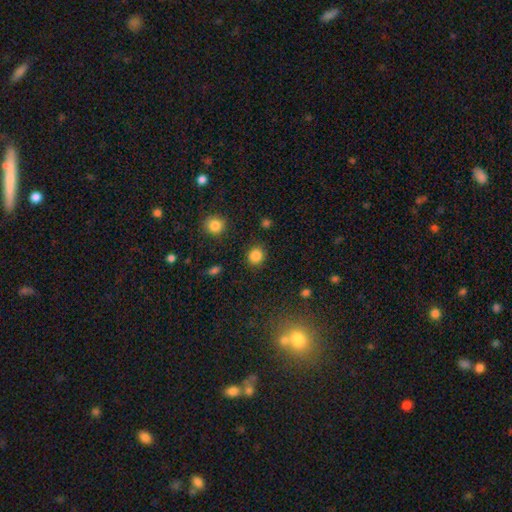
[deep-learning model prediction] Smooth or featured? Predicted: smooth (p=0.85). How rounded? Predicted: round (p=0.80). Merging? Predicted: none (p=0.87).